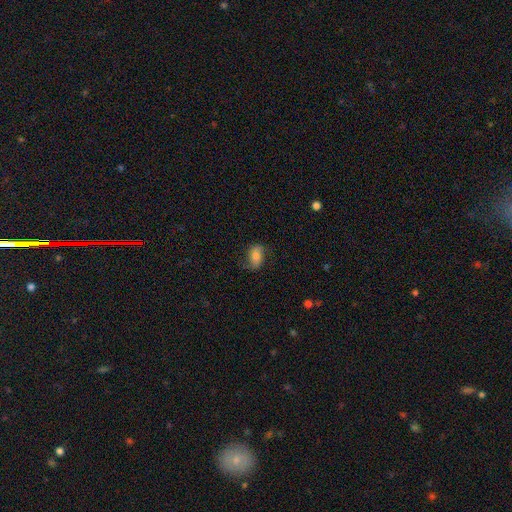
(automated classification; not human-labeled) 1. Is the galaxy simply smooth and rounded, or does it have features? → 60% smooth, 30% featured or disk, 10% star or artifact.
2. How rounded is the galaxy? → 87% in between, 11% round, 3% cigar-shaped.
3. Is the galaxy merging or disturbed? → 70% none, 21% minor disturbance, 8% major disturbance, 1% merger.